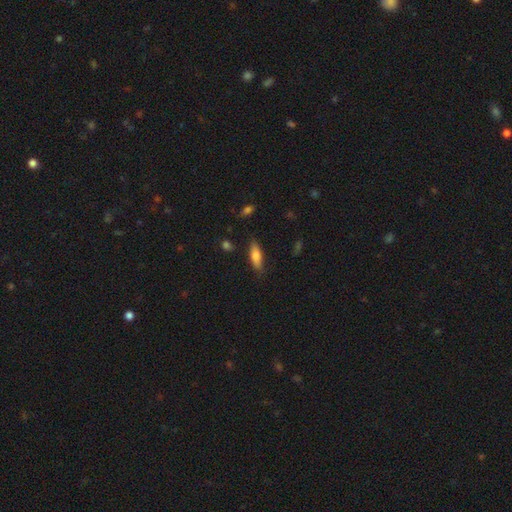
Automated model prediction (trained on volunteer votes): Smooth or featured?
  - smooth: 75% *
  - featured or disk: 17%
  - star or artifact: 7%
How rounded?
  - in between: 53% *
  - cigar-shaped: 45%
  - round: 2%
Merging?
  - none: 79% *
  - minor disturbance: 15%
  - major disturbance: 4%
  - merger: 2%